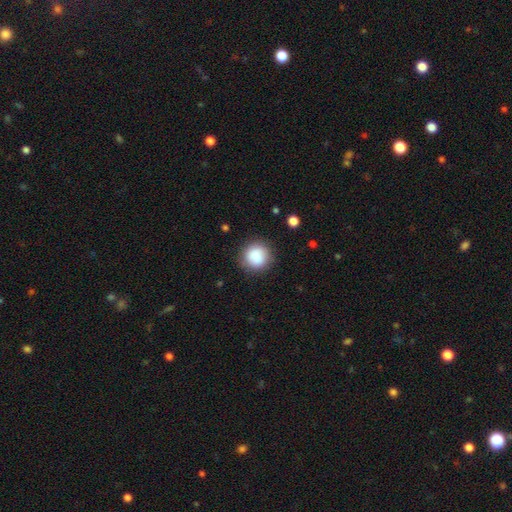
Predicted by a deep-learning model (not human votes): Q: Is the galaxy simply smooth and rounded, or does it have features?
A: smooth — 86%.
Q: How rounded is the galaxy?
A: round — 92%.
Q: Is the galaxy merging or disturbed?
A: none — 86%.